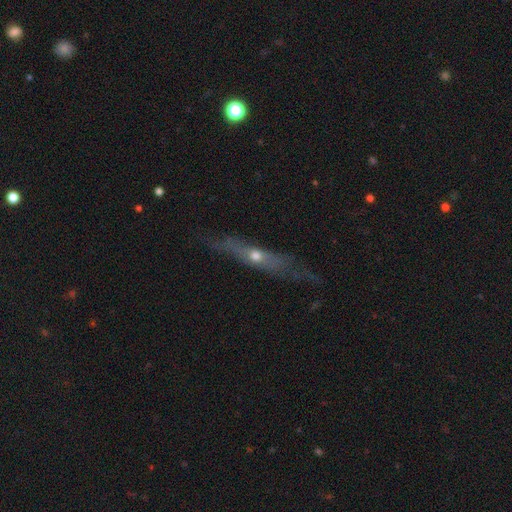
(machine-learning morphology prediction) Overall: featured or disk (69%). Edge-on disk: yes (83%). Edge-on bulge: rounded (82%). Merging: none (78%).